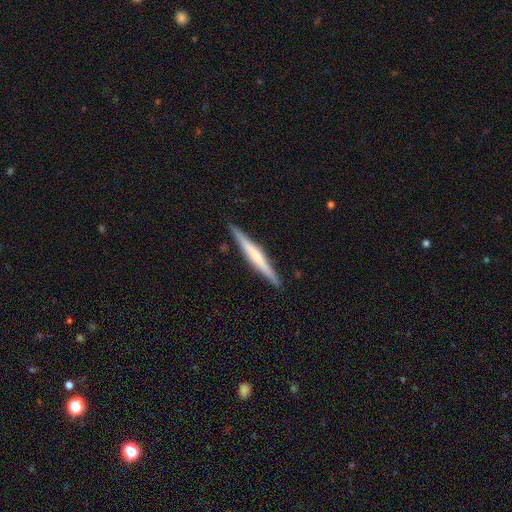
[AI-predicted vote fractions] Smooth or featured: featured or disk — 58% (smooth — 36%)
Edge-on disk: yes — 97% (no — 3%)
Edge-on bulge: rounded — 47% (none — 40%)
Merging: none — 91% (minor disturbance — 6%)